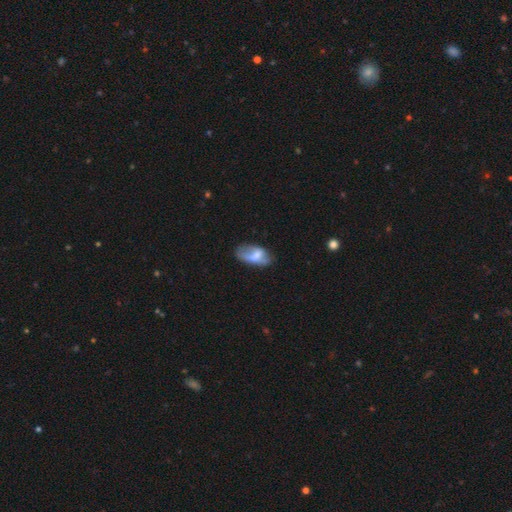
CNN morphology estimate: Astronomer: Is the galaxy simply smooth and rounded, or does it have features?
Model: smooth — 58% (runner-up: featured or disk, 34%).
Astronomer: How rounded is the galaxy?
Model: in between — 92%.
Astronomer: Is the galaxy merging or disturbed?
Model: none — 47% (runner-up: minor disturbance, 32%).